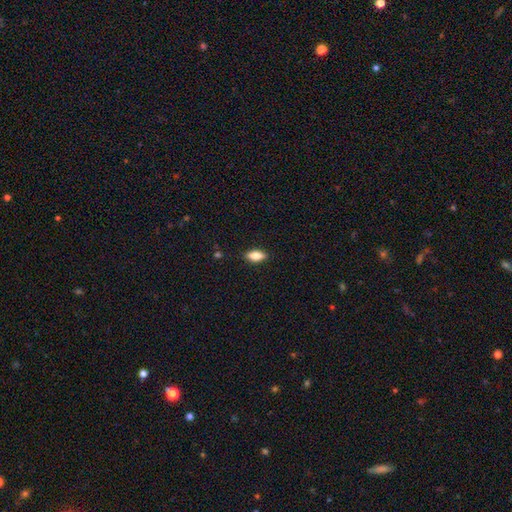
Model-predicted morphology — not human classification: smooth-or-featured: smooth: 78% | featured or disk: 15% | star or artifact: 7%
  how-rounded: in between: 84% | cigar-shaped: 13% | round: 3%
  merging: none: 88% | minor disturbance: 9% | major disturbance: 2% | merger: 1%